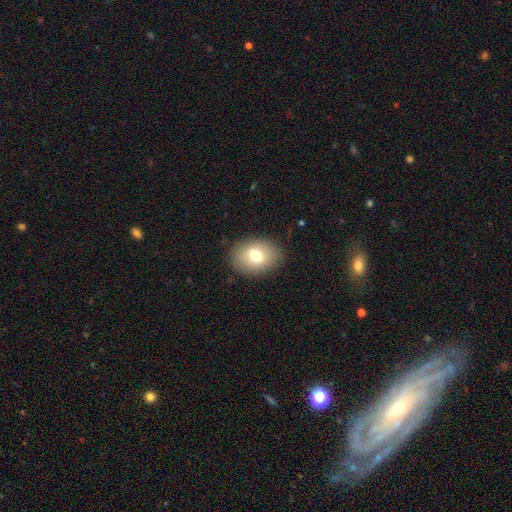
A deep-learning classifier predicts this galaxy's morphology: Smooth or featured: smooth — 72% (featured or disk — 19%)
How rounded: in between — 72% (round — 27%)
Merging: none — 87% (minor disturbance — 9%)